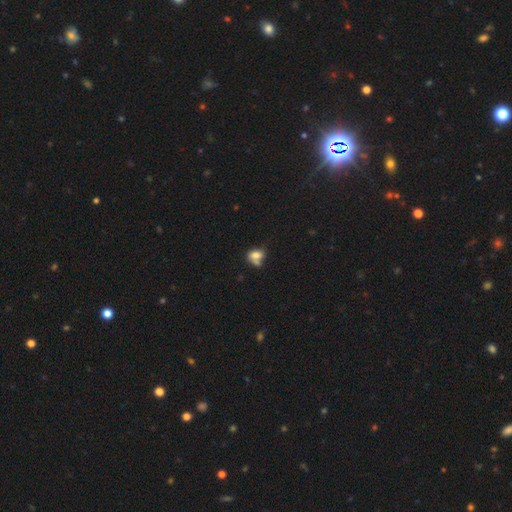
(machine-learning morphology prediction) A smooth galaxy with no disk features (71%) that is in between round and cigar-shaped (65%).

Vote fractions:
- Smooth or featured? smooth: 71% / featured or disk: 18% / star or artifact: 11%
- How rounded? in between: 65% / round: 33% / cigar-shaped: 2%
- Merging? merger: 36% / none: 32% / minor disturbance: 19% / major disturbance: 13%